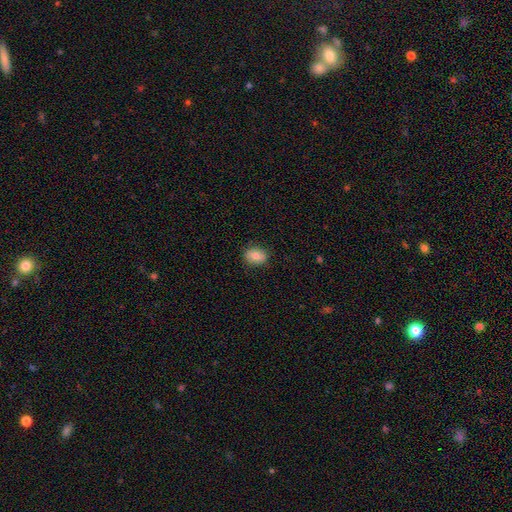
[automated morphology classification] type=smooth (76%); roundness=in between (56%); merging=none (85%).